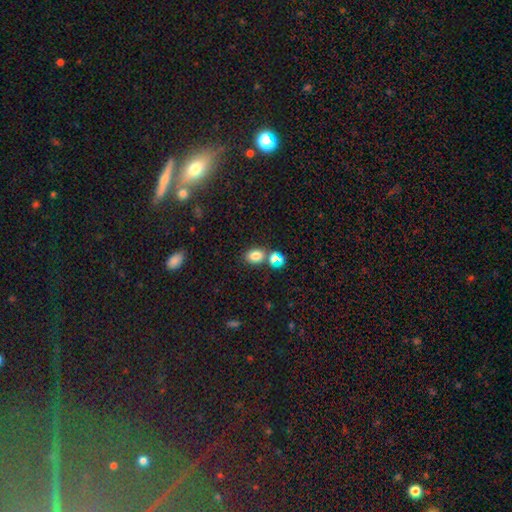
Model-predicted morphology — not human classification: A smooth galaxy with no disk features (78%) that is in between round and cigar-shaped (64%).

Vote fractions:
- Smooth or featured? smooth: 78% / star or artifact: 16% / featured or disk: 6%
- How rounded? in between: 64% / round: 34% / cigar-shaped: 1%
- Merging? none: 68% / merger: 17% / minor disturbance: 11% / major disturbance: 4%